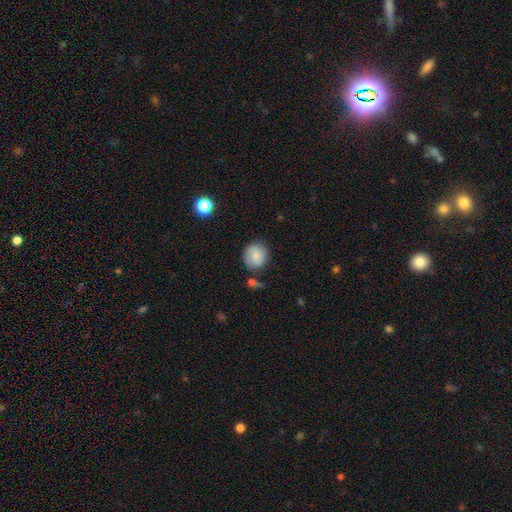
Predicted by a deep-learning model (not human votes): This appears to be a smooth galaxy with no disk features (75%) that is round (85%). Merging: none (72%).